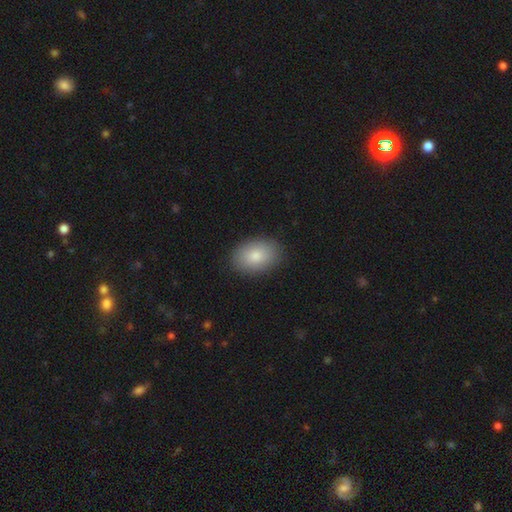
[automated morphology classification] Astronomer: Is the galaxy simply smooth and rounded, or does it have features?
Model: smooth — 84%.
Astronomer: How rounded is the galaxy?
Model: in between — 85%.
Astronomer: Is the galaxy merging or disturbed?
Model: none — 88%.